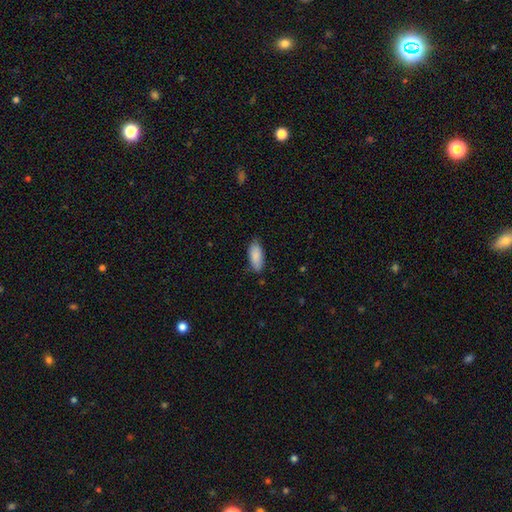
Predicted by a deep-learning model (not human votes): The model was most divided on "merging": none: 78%, minor disturbance: 18%, major disturbance: 3%, merger: 1%. More confident: smooth or featured — smooth (88%); how rounded — in between (84%).